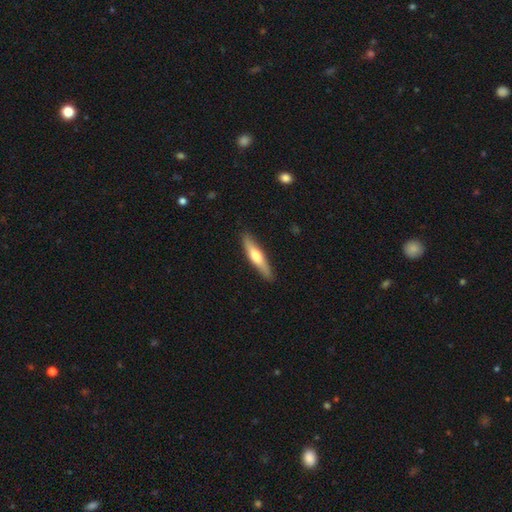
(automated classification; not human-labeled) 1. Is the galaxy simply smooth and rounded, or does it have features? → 53% smooth, 42% featured or disk, 5% star or artifact.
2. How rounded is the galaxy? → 84% cigar-shaped, 15% in between, 2% round.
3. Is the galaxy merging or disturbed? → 88% none, 9% minor disturbance, 2% major disturbance, 1% merger.